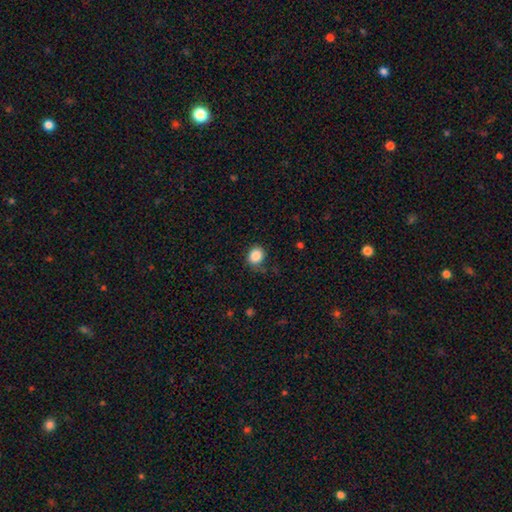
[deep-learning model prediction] The model was most divided on "how rounded": round: 70%, in between: 29%, cigar-shaped: 1%. More confident: smooth or featured — smooth (86%); merging — none (77%).